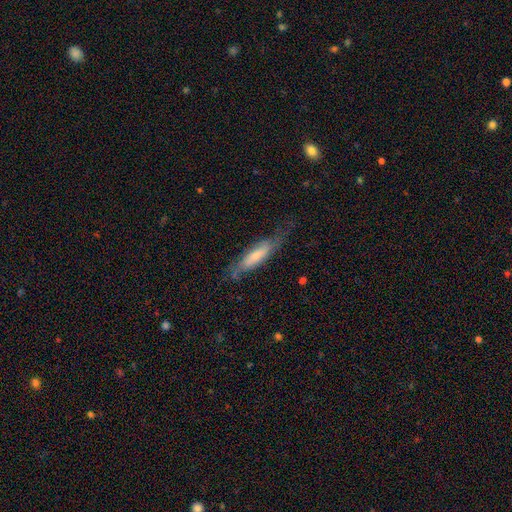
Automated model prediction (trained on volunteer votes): Q: Smooth or featured?
A: smooth (53%); runner-up: featured or disk (40%)
Q: How rounded?
A: cigar-shaped (69%); runner-up: in between (29%)
Q: Merging?
A: none (61%); runner-up: minor disturbance (26%)